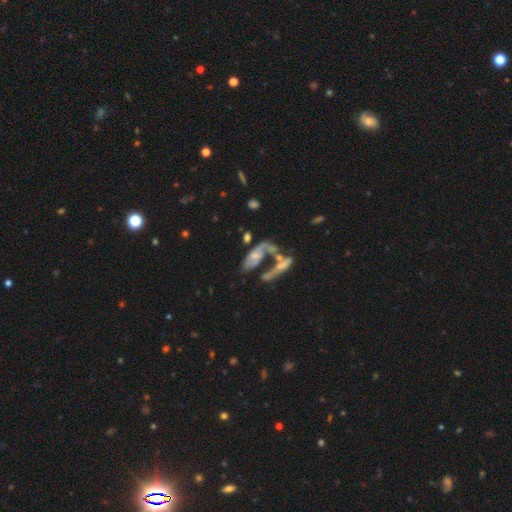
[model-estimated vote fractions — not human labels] smooth-or-featured: featured or disk: 57% | smooth: 33% | star or artifact: 10%
  disk-edge-on: no: 90% | yes: 10%
    bar: no: 75% | weak: 19% | strong: 6%
    has-spiral-arms: yes: 50% (tied) | no: 50% (tied)
    bulge-size: small: 38% | none: 29% | moderate: 27% | large: 5% | dominant: 2%
  merging: merger: 48% | major disturbance: 24% | none: 17% | minor disturbance: 10%